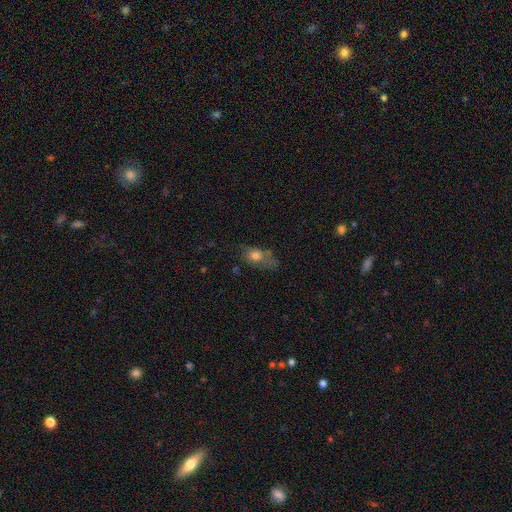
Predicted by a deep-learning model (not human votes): This appears to be a smooth galaxy with no disk features (66%) that is in between round and cigar-shaped (68%). Merging: none (41%).